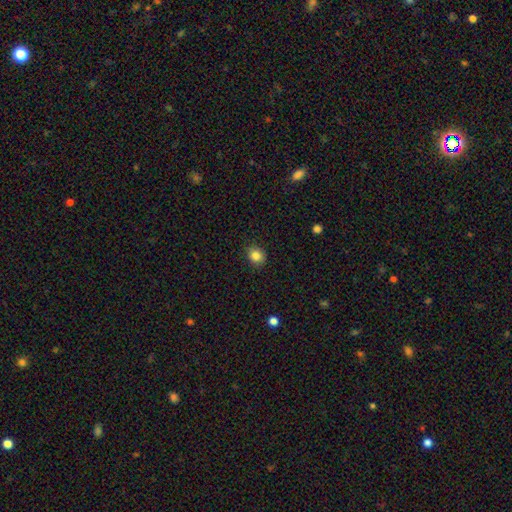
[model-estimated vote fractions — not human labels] smooth_or_featured: smooth (p=0.85) [alt: star or artifact p=0.11]
how_rounded: round (p=0.72) [alt: in between p=0.27]
merging: none (p=0.87) [alt: minor disturbance p=0.10]